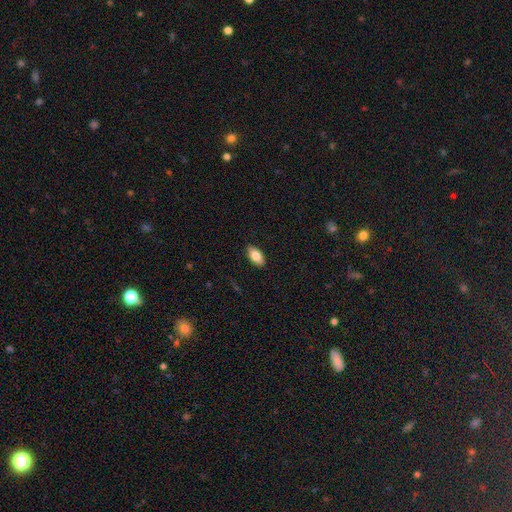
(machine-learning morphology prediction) type=smooth (83%); roundness=in between (92%); merging=none (89%).